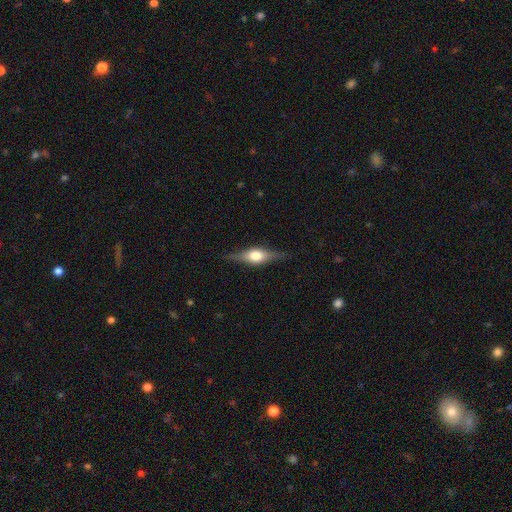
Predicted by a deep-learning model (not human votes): Overall: featured or disk (65%; smooth 29%). Edge-on disk: yes (95%). Edge-on bulge: rounded (91%). Merging: none (85%).